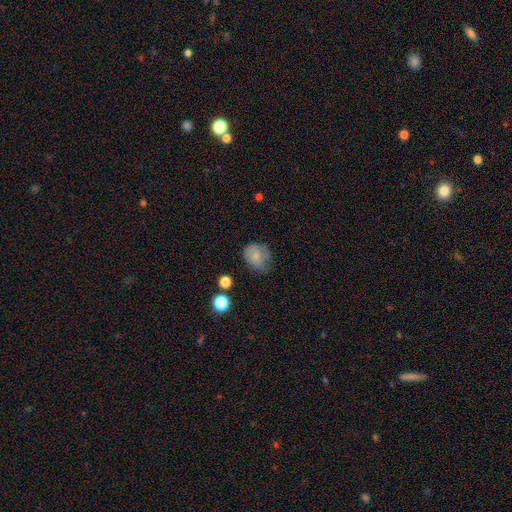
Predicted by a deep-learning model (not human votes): Smooth or featured? Predicted: smooth (p=0.72). How rounded? Predicted: round (p=0.64). Merging? Predicted: none (p=0.45).